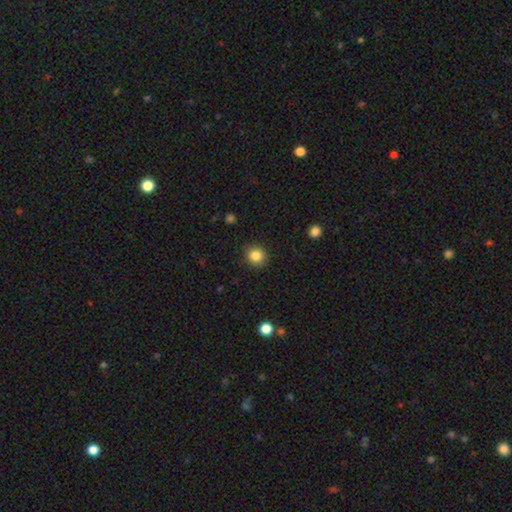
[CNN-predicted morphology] This is clearly a smooth galaxy (85%). How rounded: clearly round (90%). Merging: clearly none (91%).